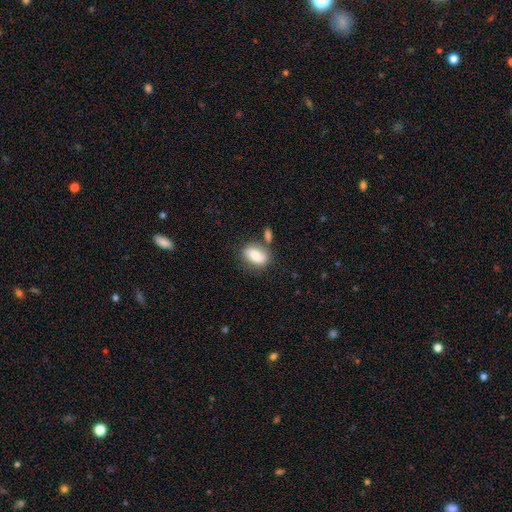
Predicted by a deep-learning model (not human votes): Q: Smooth or featured?
A: smooth (78%); runner-up: featured or disk (14%)
Q: How rounded?
A: in between (85%); runner-up: round (12%)
Q: Merging?
A: none (56%); runner-up: merger (20%)